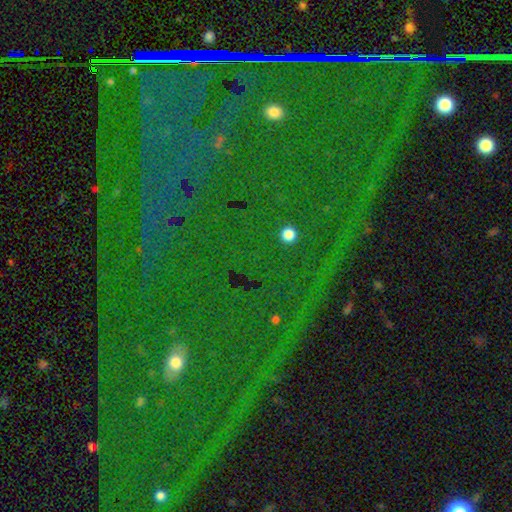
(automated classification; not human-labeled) A star or artifact, not a galaxy (83%).

Vote fractions:
- Smooth or featured? star or artifact: 83% / featured or disk: 9% / smooth: 7%